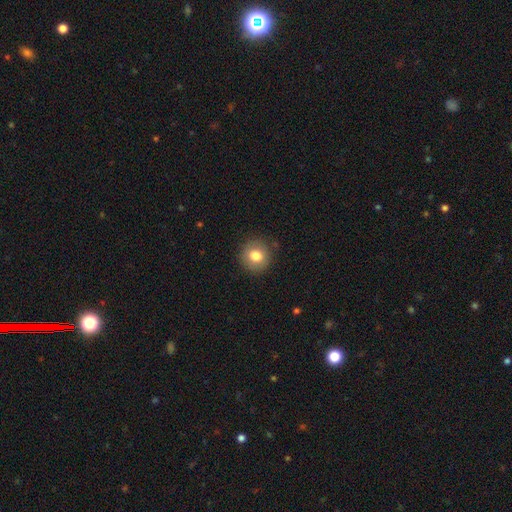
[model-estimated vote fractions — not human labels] Smooth or featured?
  - smooth: 79% *
  - featured or disk: 12%
  - star or artifact: 9%
How rounded?
  - round: 91% *
  - in between: 8%
  - cigar-shaped: 1%
Merging?
  - none: 87% *
  - minor disturbance: 9%
  - major disturbance: 3%
  - merger: 1%